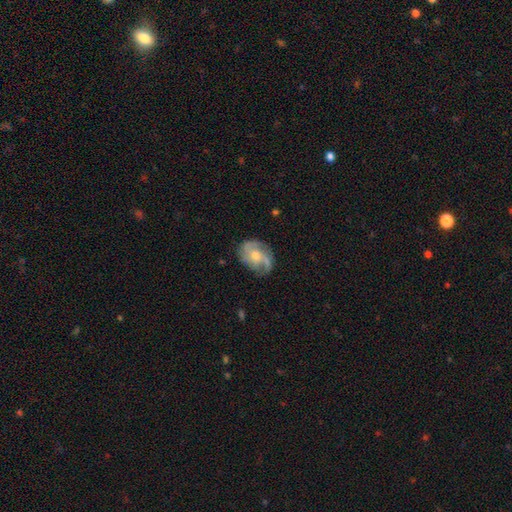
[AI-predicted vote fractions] smooth_or_featured: featured or disk (p=0.75) [alt: smooth p=0.19]
disk_edge_on: no (p=0.97) [alt: yes p=0.03]
bar: no (p=0.67) [alt: weak p=0.28]
has_spiral_arms: yes (p=0.91) [alt: no p=0.09]
spiral_winding: medium (p=0.46) [alt: loose p=0.28]
spiral_arm_count: 2 (p=0.47) [alt: 3 p=0.21]
bulge_size: moderate (p=0.57) [alt: small p=0.35]
merging: none (p=0.64) [alt: minor disturbance p=0.23]